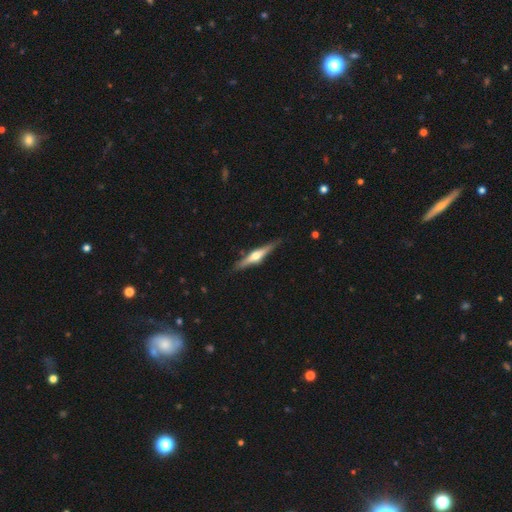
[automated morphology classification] This appears to be a featured or disk galaxy (70%) viewed edge-on (97%) with a rounded central bulge (93%). Merging: none (86%).